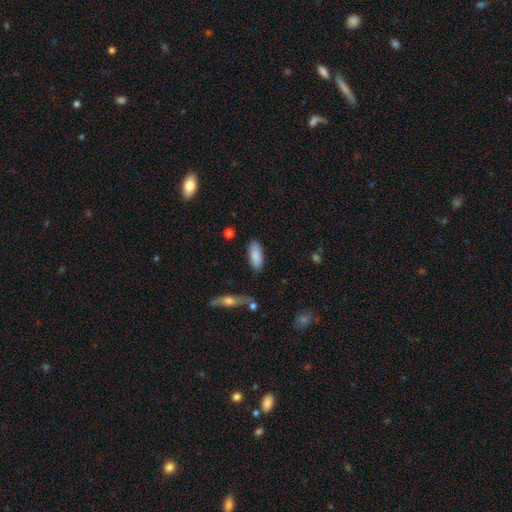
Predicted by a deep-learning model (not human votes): Smooth or featured? Predicted: smooth (p=0.86). How rounded? Predicted: in between (p=0.79). Merging? Predicted: none (p=0.82).